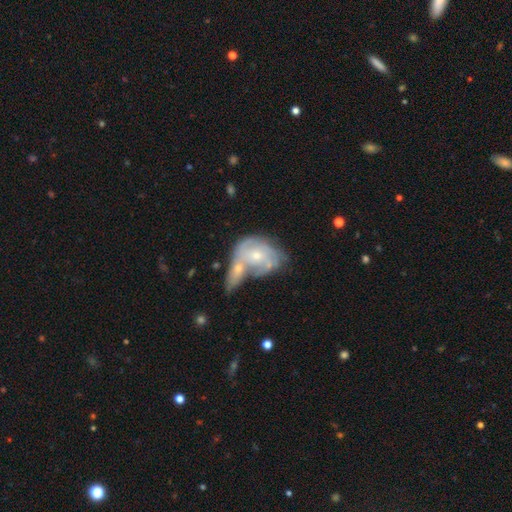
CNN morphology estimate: A featured or disk galaxy (69%) with no bar (72%), tight (53%) spiral arms (77%) and a small central bulge (50%).

Vote fractions:
- Smooth or featured? featured or disk: 69% / smooth: 24% / star or artifact: 7%
- Edge-on disk? no: 96% / yes: 4%
- Bar? no: 72% / weak: 24% / strong: 4%
- Spiral arms? yes: 77% / no: 23%
- Spiral winding? tight: 53% / medium: 34% / loose: 13%
- Spiral arm count? can't tell: 48% / 2: 24% / 3: 14% / 4: 5% / 1: 5% / more than 4: 4%
- Bulge size? small: 50% / moderate: 45% / none: 2% / large: 2% / dominant: 1%
- Merging? merger: 55% / none: 24% / minor disturbance: 13% / major disturbance: 9%